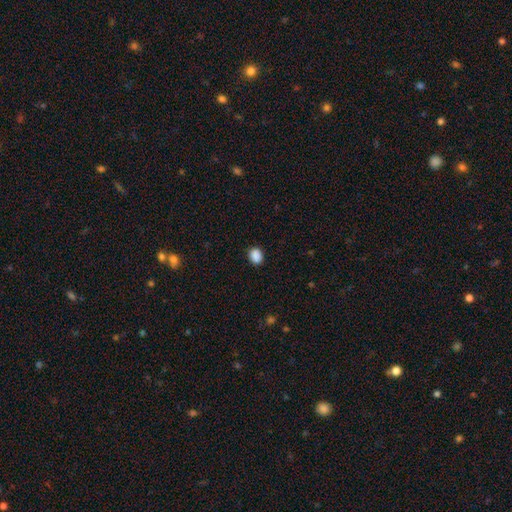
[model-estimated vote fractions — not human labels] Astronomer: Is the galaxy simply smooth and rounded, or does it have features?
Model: smooth — 89%.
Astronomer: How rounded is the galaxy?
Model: in between — 55% (runner-up: round, 44%).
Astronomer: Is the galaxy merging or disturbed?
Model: none — 89%.